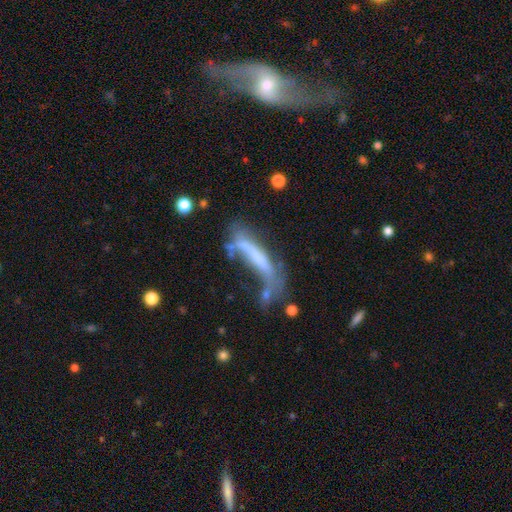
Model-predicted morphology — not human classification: Overall: featured or disk (46%; smooth 44%). Merging: major disturbance (36%; none 25%).